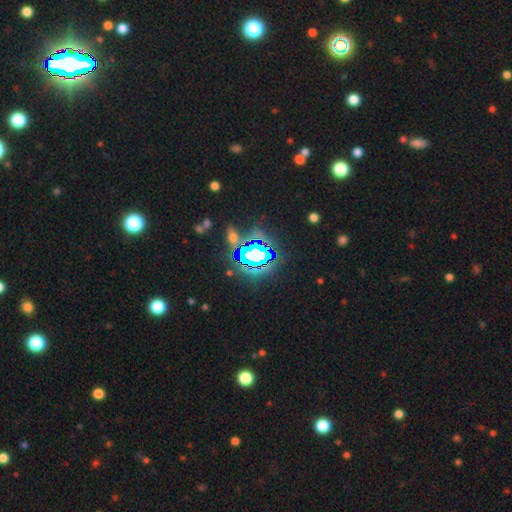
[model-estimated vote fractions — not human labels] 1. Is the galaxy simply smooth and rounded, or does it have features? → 82% star or artifact, 11% smooth, 7% featured or disk.